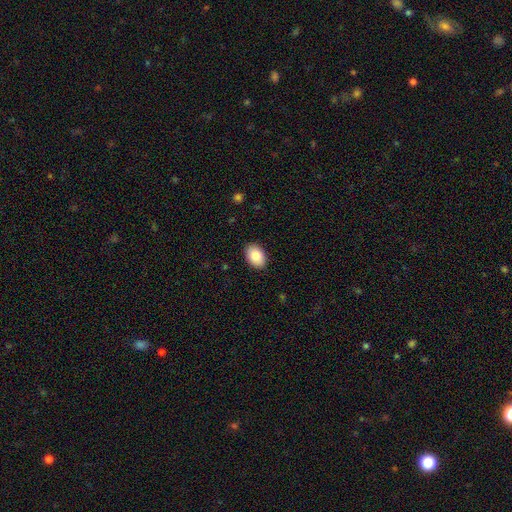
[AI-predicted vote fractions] Morphology: type=smooth (85%); roundness=in between (86%); merging=none (89%).